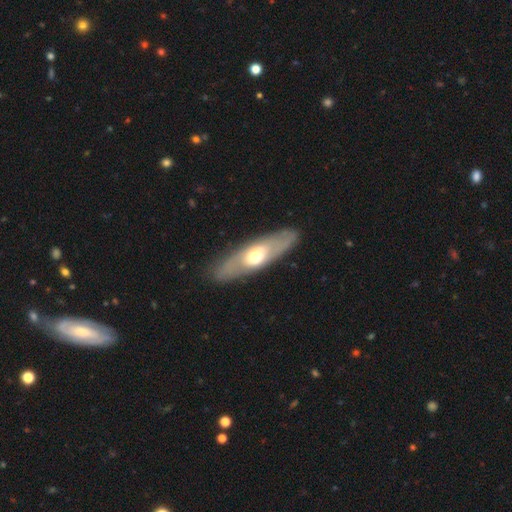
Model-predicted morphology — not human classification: Smooth or featured: featured or disk — 56% (smooth — 39%)
Edge-on disk: no — 64% (yes — 36%)
Merging: none — 85% (minor disturbance — 10%)